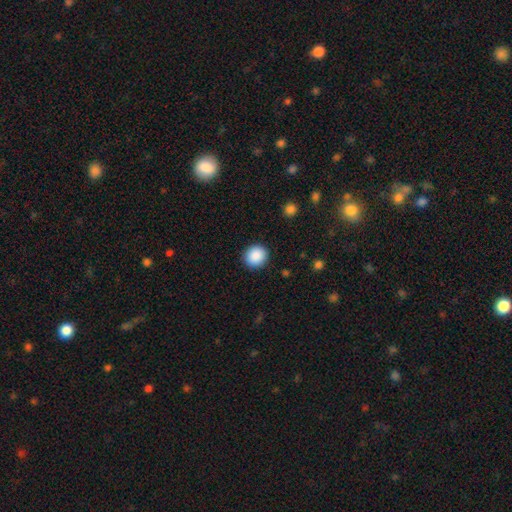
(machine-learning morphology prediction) type=smooth (89%); roundness=round (90%); merging=none (91%).